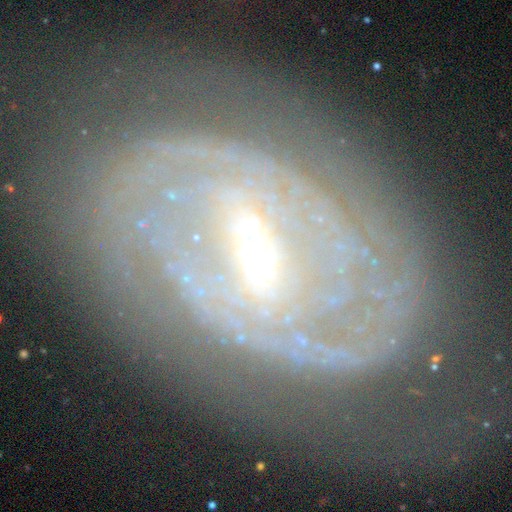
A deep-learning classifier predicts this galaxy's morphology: Smooth or featured? featured or disk (84%)
Edge-on disk? no (96%)
Bar? weak (42%)
Spiral arms? yes (89%)
Spiral winding? tight (59%)
Spiral arm count? 2 (47%)
Bulge size? small (72%)
Merging? none (66%)